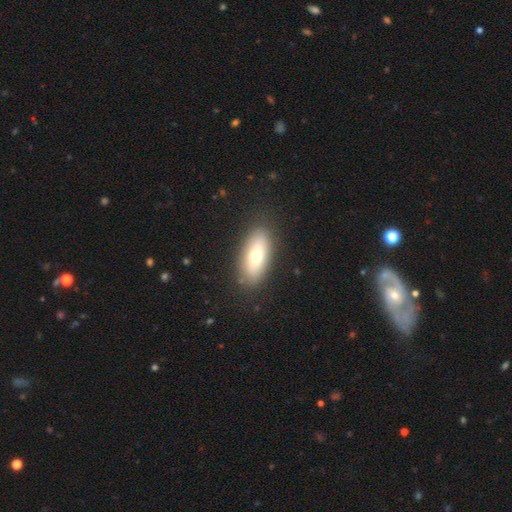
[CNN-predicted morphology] smooth-or-featured: smooth: 71% | featured or disk: 21% | star or artifact: 8%
  how-rounded: in between: 86% | cigar-shaped: 10% | round: 4%
  merging: none: 85% | minor disturbance: 10% | major disturbance: 4% | merger: 1%